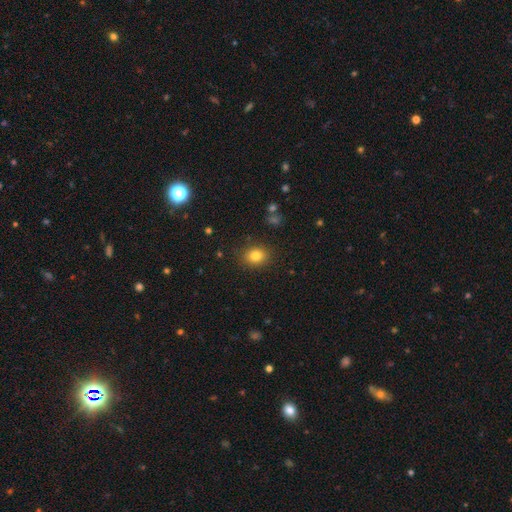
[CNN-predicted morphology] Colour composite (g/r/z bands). It shows a smooth galaxy with no disk features (82%) that is round (53%). Merging: none (87%).